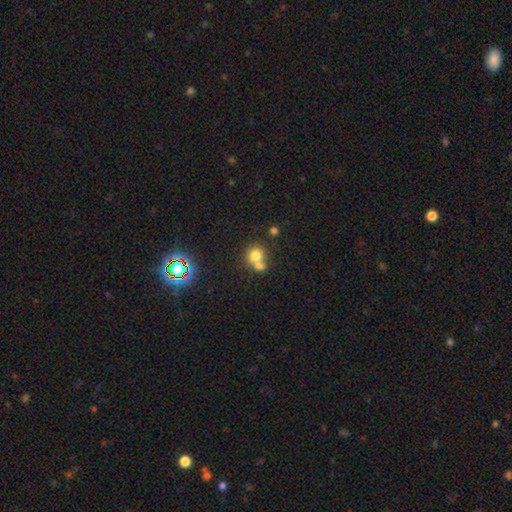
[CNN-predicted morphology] smooth 74%, star or artifact 14%, featured or disk 12%. Down the decision tree: how rounded — round (79%); merging — merger (52%).